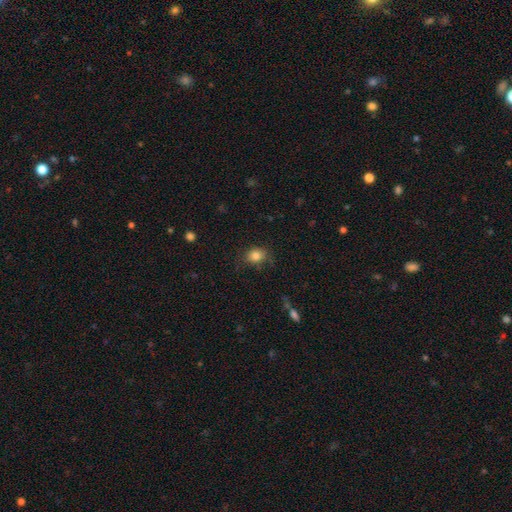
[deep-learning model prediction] smooth-or-featured: smooth: 83% | star or artifact: 11% | featured or disk: 6%
  how-rounded: in between: 52% | round: 47% | cigar-shaped: 1%
  merging: none: 76% | minor disturbance: 18% | major disturbance: 5% | merger: 2%